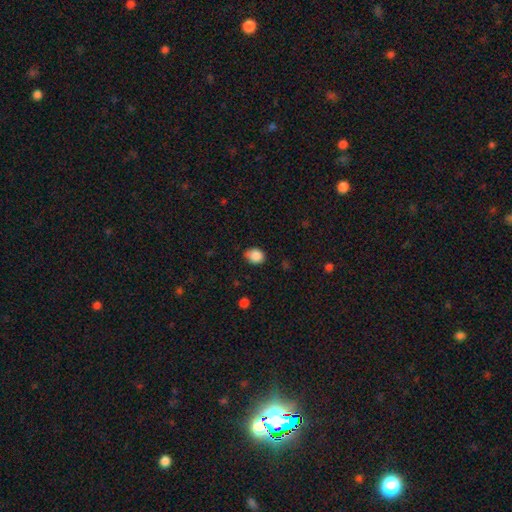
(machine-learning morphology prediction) smooth-or-featured: smooth: 87% | star or artifact: 9% | featured or disk: 4%
  how-rounded: in between: 53% | round: 46% | cigar-shaped: 1%
  merging: none: 73% | minor disturbance: 22% | major disturbance: 3% | merger: 1%